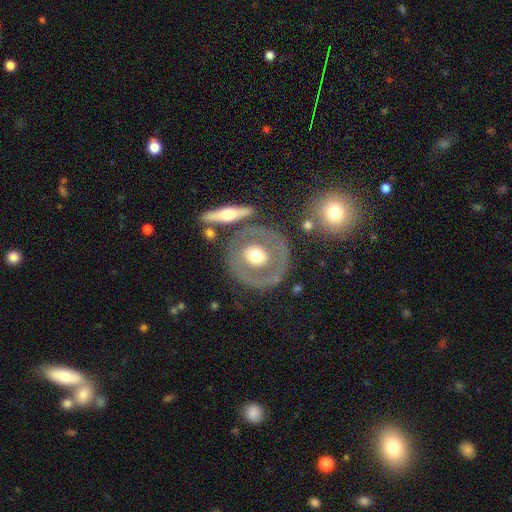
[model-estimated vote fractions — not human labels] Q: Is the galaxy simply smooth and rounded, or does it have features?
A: featured or disk — 56%.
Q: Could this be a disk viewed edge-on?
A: no — 89%.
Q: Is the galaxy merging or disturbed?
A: none — 76%.